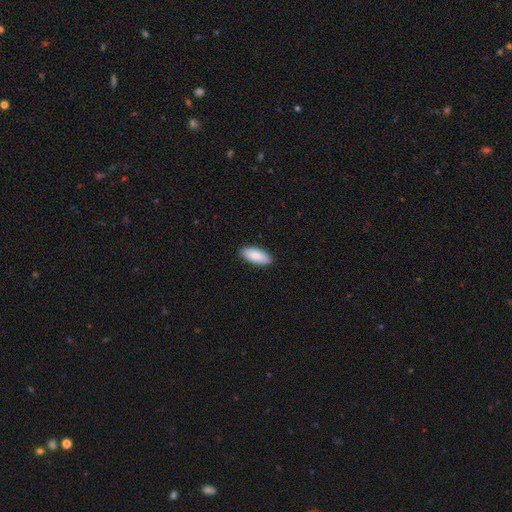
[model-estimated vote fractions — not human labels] smooth_or_featured: smooth (p=0.87) [alt: featured or disk p=0.07]
how_rounded: in between (p=0.84) [alt: cigar-shaped p=0.14]
merging: none (p=0.90) [alt: minor disturbance p=0.08]